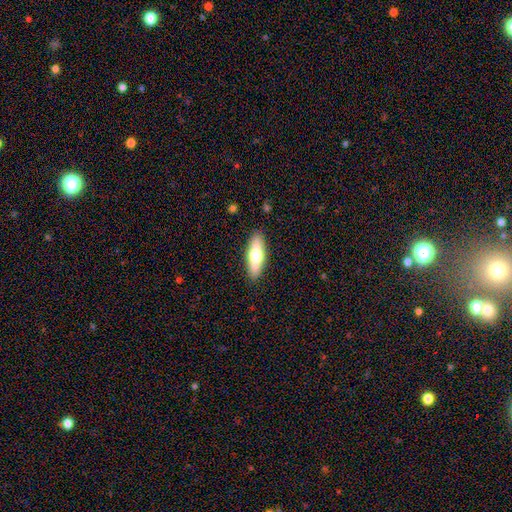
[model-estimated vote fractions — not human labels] smooth-or-featured: smooth: 55% | featured or disk: 39% | star or artifact: 6%
  how-rounded: cigar-shaped: 49% | in between: 48% | round: 2%
  merging: none: 89% | minor disturbance: 8% | major disturbance: 2% | merger: 1%